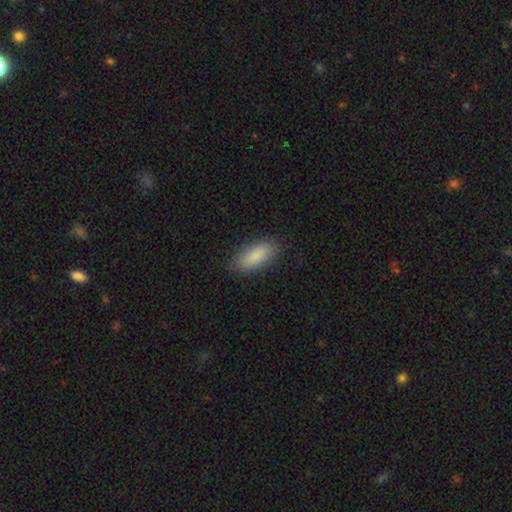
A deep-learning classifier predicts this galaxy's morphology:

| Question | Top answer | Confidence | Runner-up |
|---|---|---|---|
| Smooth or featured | smooth | 88% | star or artifact (6%) |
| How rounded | in between | 79% | cigar-shaped (19%) |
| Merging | none | 85% | minor disturbance (11%) |